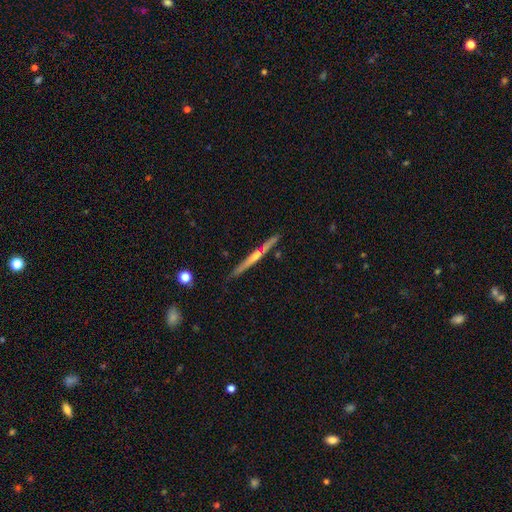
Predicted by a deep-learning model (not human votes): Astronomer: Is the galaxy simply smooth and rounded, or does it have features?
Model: featured or disk — 69%.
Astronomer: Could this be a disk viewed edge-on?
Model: yes — 97%.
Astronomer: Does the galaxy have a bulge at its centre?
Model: rounded — 61%.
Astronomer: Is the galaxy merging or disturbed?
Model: none — 83%.